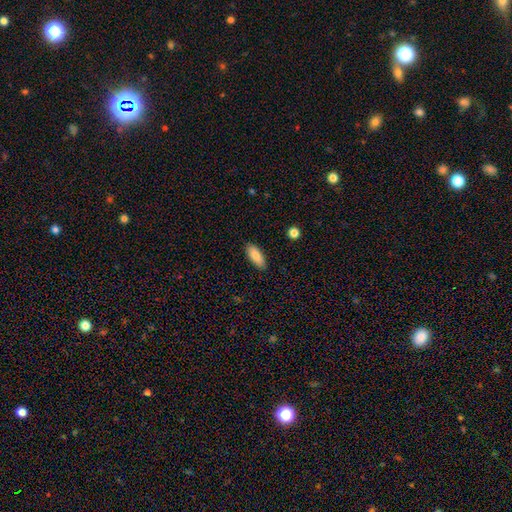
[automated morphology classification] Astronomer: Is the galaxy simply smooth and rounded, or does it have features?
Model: smooth — 86%.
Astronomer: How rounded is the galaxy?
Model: in between — 79%.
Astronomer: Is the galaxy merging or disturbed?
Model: none — 87%.